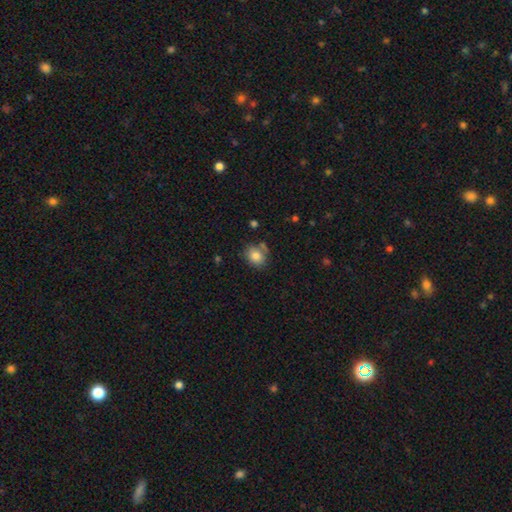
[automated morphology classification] type=smooth (81%); roundness=round (56%); merging=none (66%).